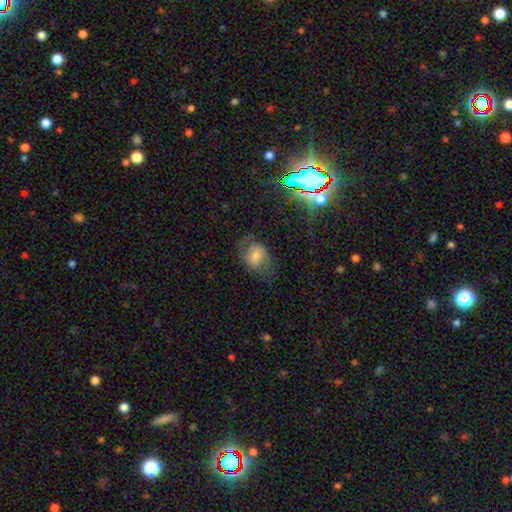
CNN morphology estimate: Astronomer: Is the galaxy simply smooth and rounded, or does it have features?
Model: smooth — 55%.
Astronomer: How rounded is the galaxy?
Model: in between — 64%.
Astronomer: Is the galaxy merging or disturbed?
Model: none — 58%.